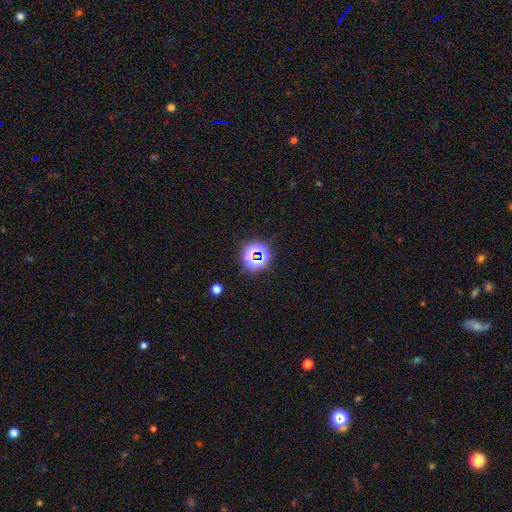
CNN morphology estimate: Smooth or featured?
  - star or artifact: 68% *
  - smooth: 23%
  - featured or disk: 9%